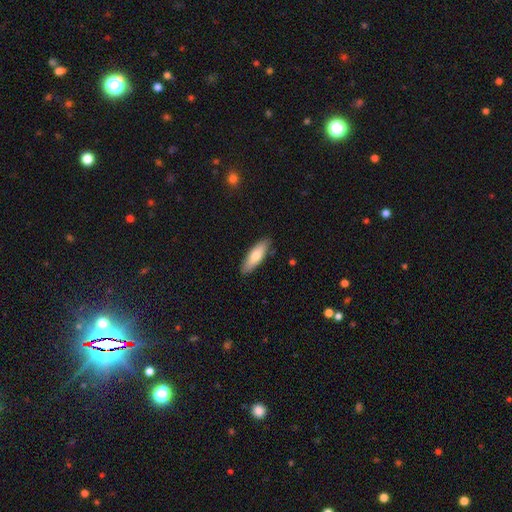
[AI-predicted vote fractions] A smooth galaxy with no disk features (76%) that is in between round and cigar-shaped (56%). Merging: none (87%).